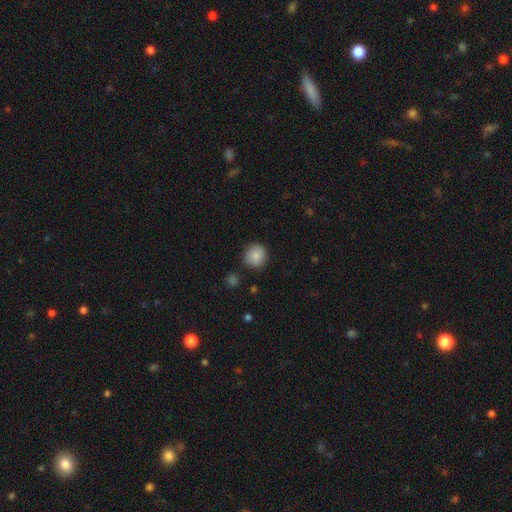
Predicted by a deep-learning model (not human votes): Smooth or featured? smooth (87%)
How rounded? round (91%)
Merging? none (87%)